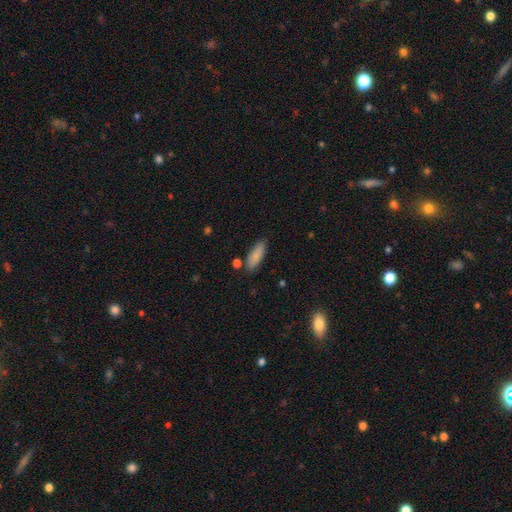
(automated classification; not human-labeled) This appears to be a smooth galaxy with no disk features (86%) that is in between round and cigar-shaped (63%). Merging: none (81%).